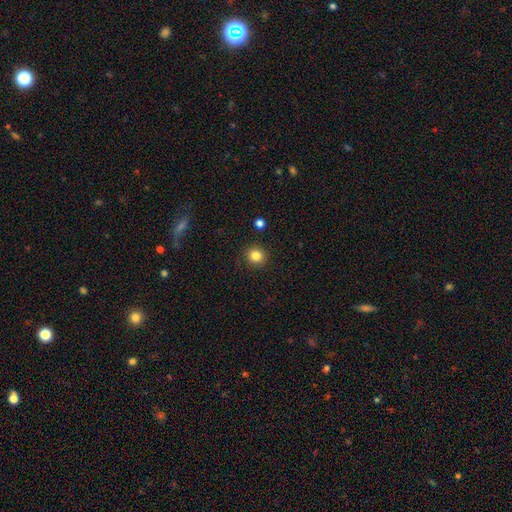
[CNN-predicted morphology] Overall: smooth (84%). How rounded: round (90%). Merging: none (90%).